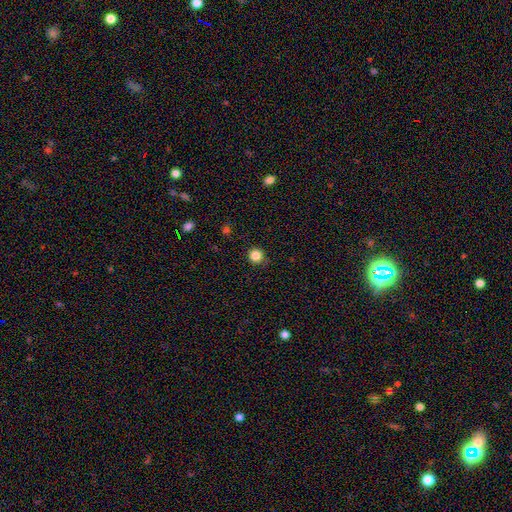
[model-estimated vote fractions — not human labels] Smooth or featured? Predicted: smooth (p=0.85). How rounded? Predicted: round (p=0.93). Merging? Predicted: none (p=0.89).